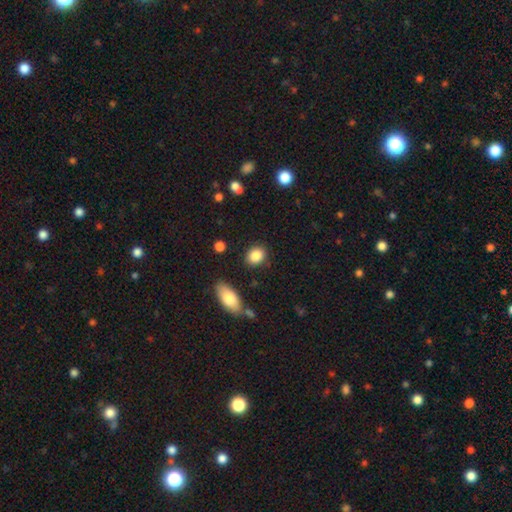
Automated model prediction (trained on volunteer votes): smooth-or-featured: smooth: 87% | star or artifact: 8% | featured or disk: 5%
  how-rounded: in between: 53% | round: 45% | cigar-shaped: 2%
  merging: none: 85% | minor disturbance: 10% | major disturbance: 3% | merger: 3%